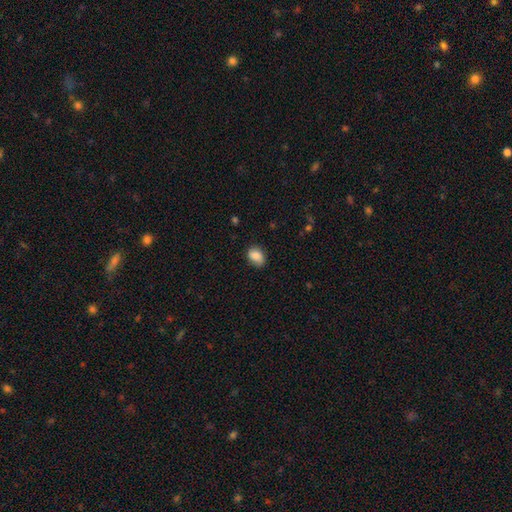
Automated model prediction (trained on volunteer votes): This appears to be a smooth galaxy with no disk features (87%) that is in between round and cigar-shaped (78%). Merging: none (75%).